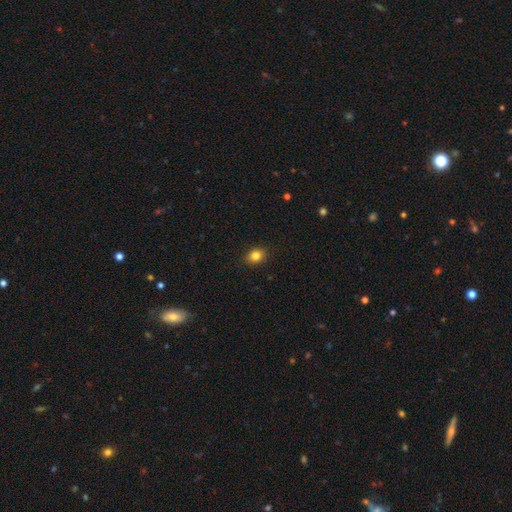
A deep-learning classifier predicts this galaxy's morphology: smooth 83%, star or artifact 11%, featured or disk 6%. Down the decision tree: how rounded — round (51%); merging — none (90%).